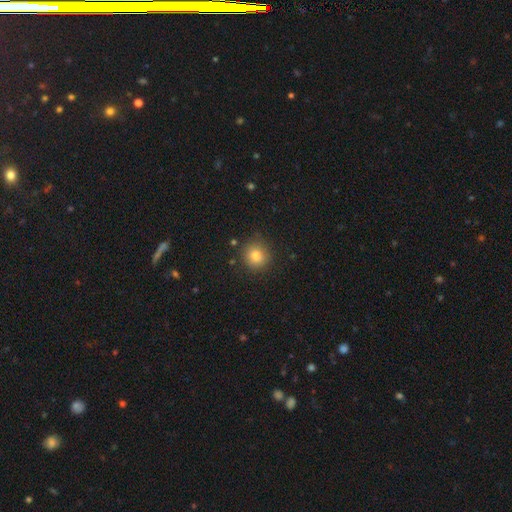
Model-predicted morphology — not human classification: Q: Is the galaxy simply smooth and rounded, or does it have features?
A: smooth — 80%.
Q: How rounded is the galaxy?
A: round — 90%.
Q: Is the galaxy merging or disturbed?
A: none — 86%.